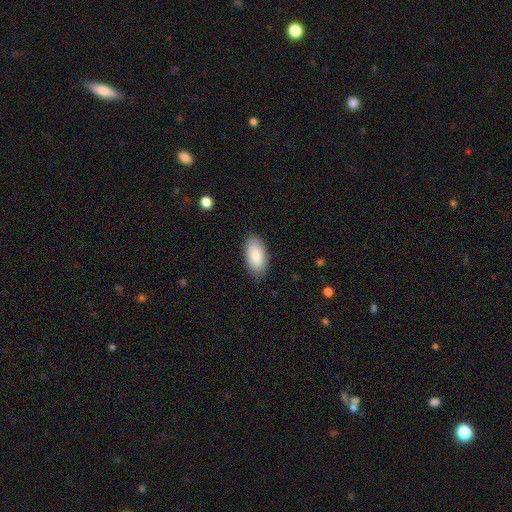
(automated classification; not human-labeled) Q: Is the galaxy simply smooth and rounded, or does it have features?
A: smooth — 87%.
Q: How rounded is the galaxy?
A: in between — 94%.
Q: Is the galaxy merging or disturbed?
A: none — 84%.